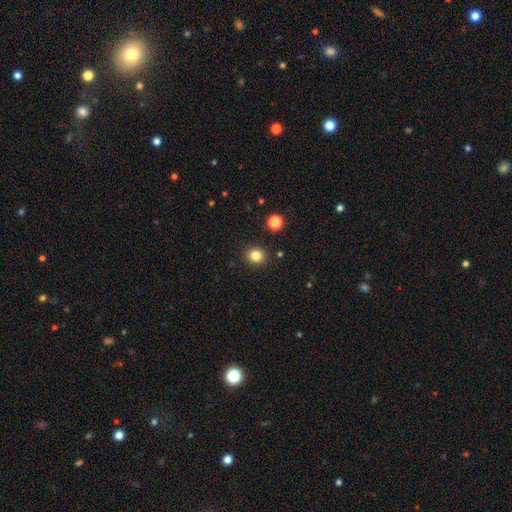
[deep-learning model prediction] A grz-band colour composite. It shows a smooth galaxy with no disk features (83%) that is round (84%). Merging: none (90%).